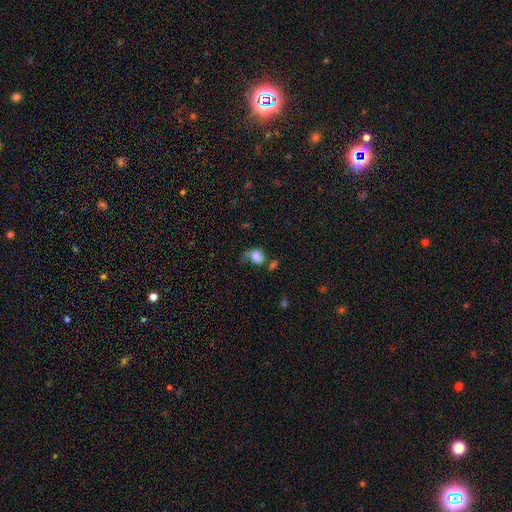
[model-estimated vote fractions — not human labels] smooth-or-featured: smooth: 73% | featured or disk: 17% | star or artifact: 10%
  how-rounded: round: 50% | in between: 49% | cigar-shaped: 1%
  merging: major disturbance: 31% | minor disturbance: 28% | none: 28% | merger: 12%